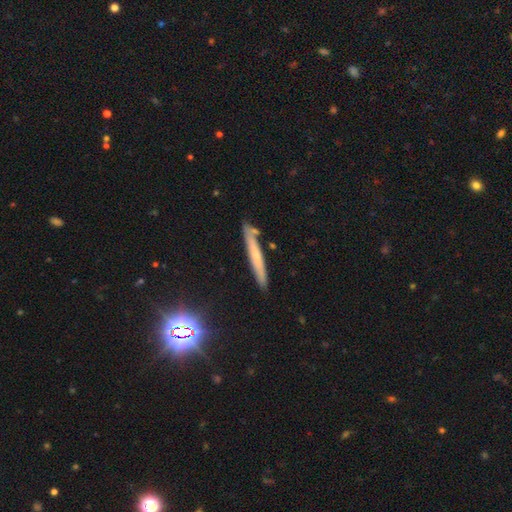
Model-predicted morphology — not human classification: A smooth galaxy with no disk features (46%). Merging: none (83%).